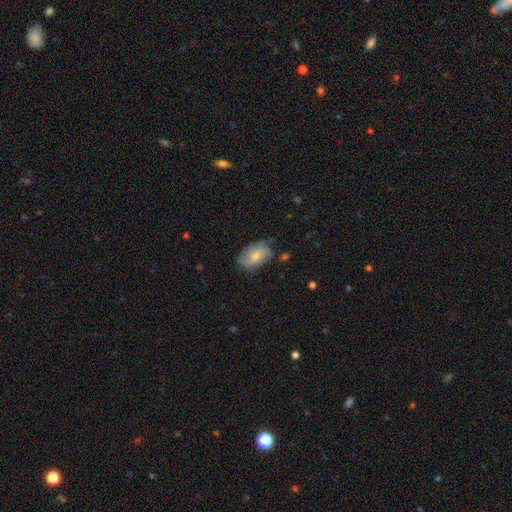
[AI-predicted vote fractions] Smooth or featured?
  - featured or disk: 47% *
  - smooth: 46%
  - star or artifact: 7%
Merging?
  - none: 64% *
  - minor disturbance: 26%
  - major disturbance: 8%
  - merger: 2%